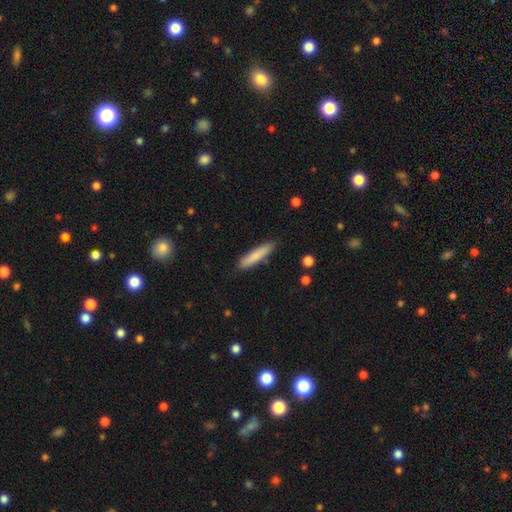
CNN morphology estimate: smooth 81%, featured or disk 13%, star or artifact 6%. Down the decision tree: how rounded — cigar-shaped (87%); merging — none (86%).